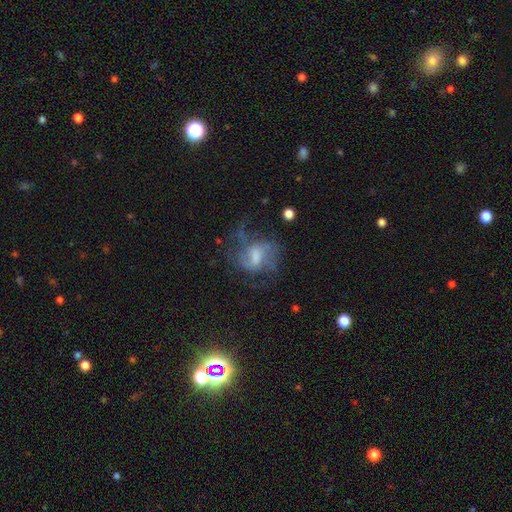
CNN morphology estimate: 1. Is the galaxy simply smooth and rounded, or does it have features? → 65% featured or disk, 24% smooth, 11% star or artifact.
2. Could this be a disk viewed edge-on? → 97% no, 3% yes.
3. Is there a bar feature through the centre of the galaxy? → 52% weak, 30% no, 18% strong.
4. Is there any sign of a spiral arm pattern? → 77% yes, 23% no.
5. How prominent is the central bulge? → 39% moderate, 25% small, 20% none, 14% large, 2% dominant.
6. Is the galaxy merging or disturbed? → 44% none, 32% major disturbance, 21% minor disturbance, 3% merger.